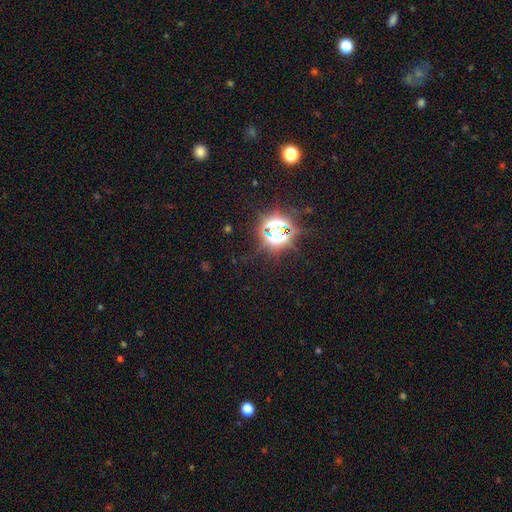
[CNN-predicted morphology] Smooth or featured?
  - star or artifact: 80% *
  - smooth: 13%
  - featured or disk: 7%